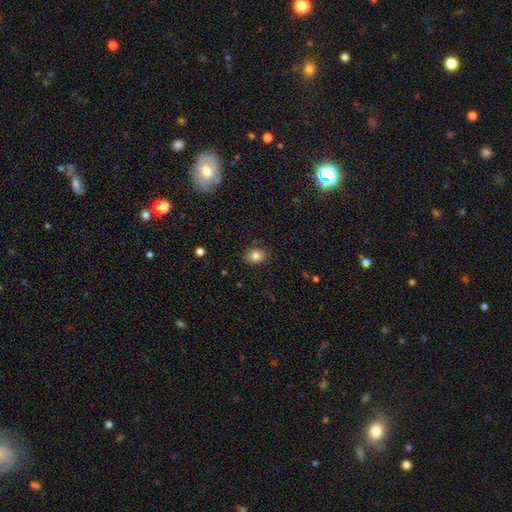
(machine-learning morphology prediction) Smooth or featured? smooth (82%)
How rounded? in between (50%)
Merging? none (86%)